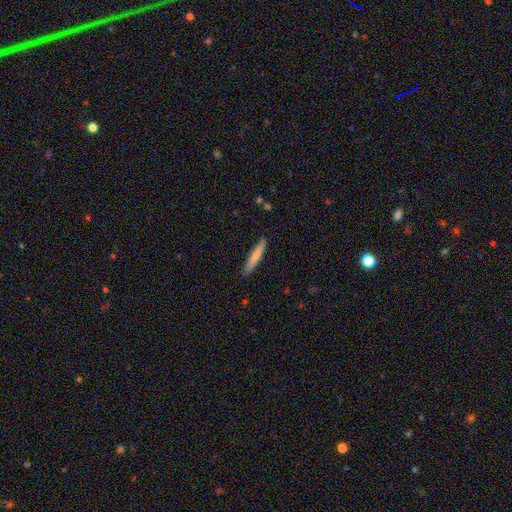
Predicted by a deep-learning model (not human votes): A smooth galaxy with no disk features (71%) that is cigar-shaped (94%).

Vote fractions:
- Smooth or featured? smooth: 71% / featured or disk: 23% / star or artifact: 5%
- How rounded? cigar-shaped: 94% / in between: 5% / round: 1%
- Merging? none: 89% / minor disturbance: 8% / major disturbance: 2% / merger: 1%